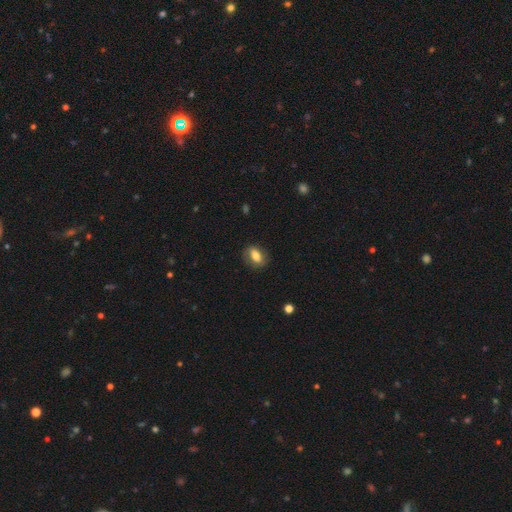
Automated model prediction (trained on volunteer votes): Smooth or featured: smooth — 71% (featured or disk — 22%)
How rounded: in between — 83% (round — 14%)
Merging: none — 78% (minor disturbance — 16%)